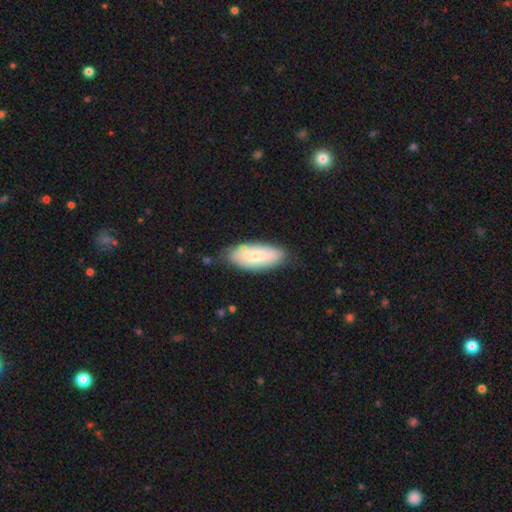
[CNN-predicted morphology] type=smooth (64%); roundness=in between (86%); merging=none (71%).